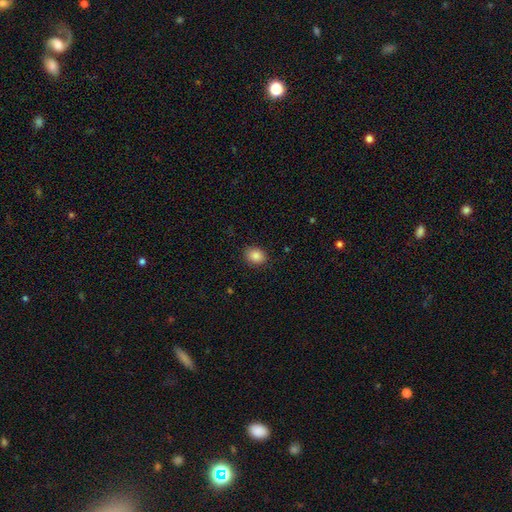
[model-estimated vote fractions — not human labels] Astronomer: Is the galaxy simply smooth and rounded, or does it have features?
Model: smooth — 86%.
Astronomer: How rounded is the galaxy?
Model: in between — 55% (runner-up: round, 44%).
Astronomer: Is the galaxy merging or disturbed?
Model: none — 87%.